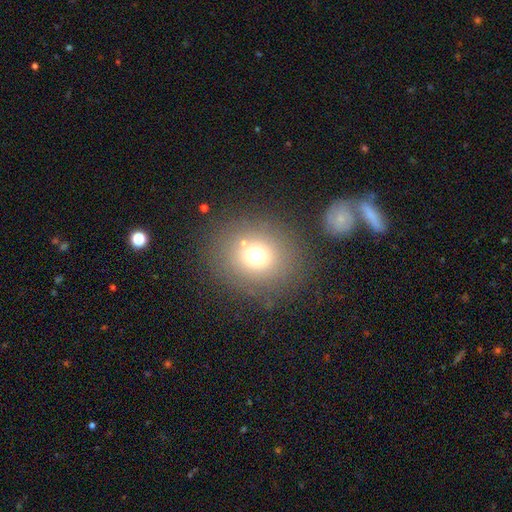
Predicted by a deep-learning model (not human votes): smooth-or-featured: smooth: 71% | star or artifact: 16% | featured or disk: 13%
  how-rounded: round: 76% | in between: 23% | cigar-shaped: 1%
  merging: none: 77% | minor disturbance: 10% | merger: 7% | major disturbance: 6%